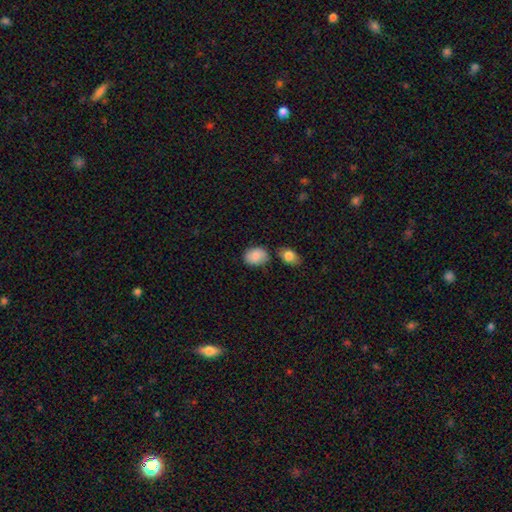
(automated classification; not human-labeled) Smooth or featured? Predicted: smooth (p=0.85). How rounded? Predicted: in between (p=0.62). Merging? Predicted: none (p=0.67).